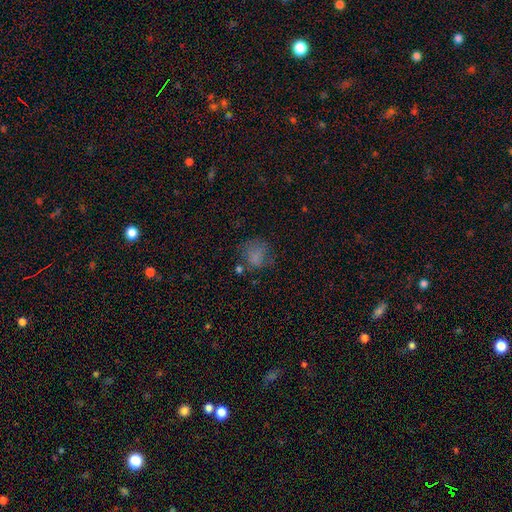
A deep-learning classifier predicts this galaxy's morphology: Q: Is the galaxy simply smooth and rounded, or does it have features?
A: smooth — 71%.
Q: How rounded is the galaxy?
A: round — 74%.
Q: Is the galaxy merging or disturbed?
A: none — 56%.